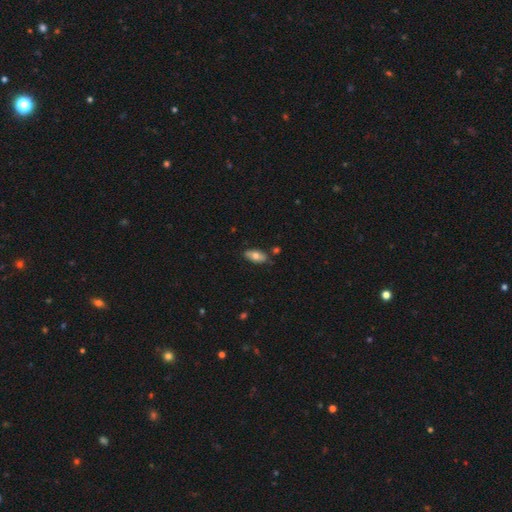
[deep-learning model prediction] Smooth or featured? Predicted: smooth (p=0.72). How rounded? Predicted: in between (p=0.89). Merging? Predicted: none (p=0.79).